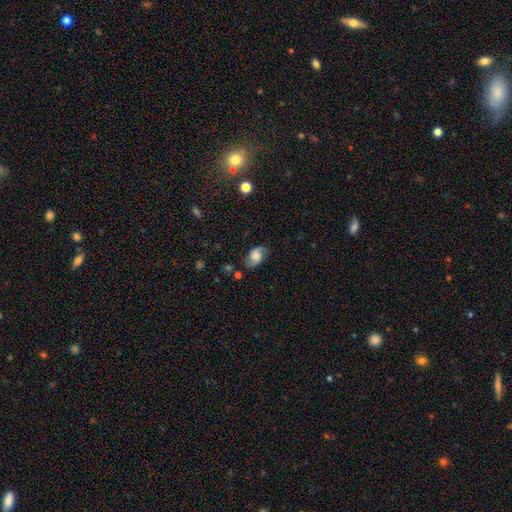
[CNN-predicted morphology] Smooth or featured? Predicted: featured or disk (p=0.55). Edge-on disk? Predicted: no (p=0.96). Bar? Predicted: no (p=0.59). Spiral arms? Predicted: yes (p=0.90). Bulge size? Predicted: moderate (p=0.38). Merging? Predicted: none (p=0.73).